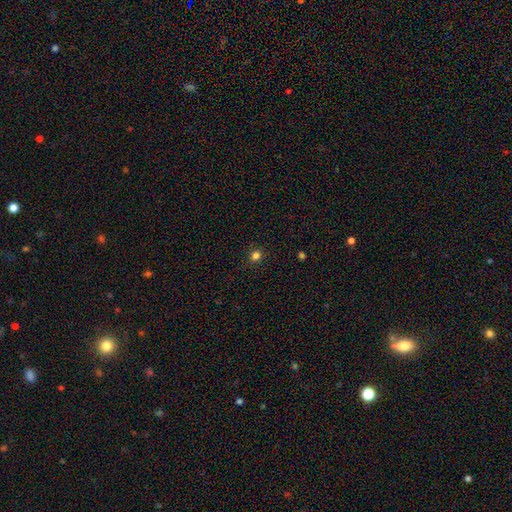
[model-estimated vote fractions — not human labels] Morphology: type=smooth (80%); roundness=round (88%); merging=none (90%).